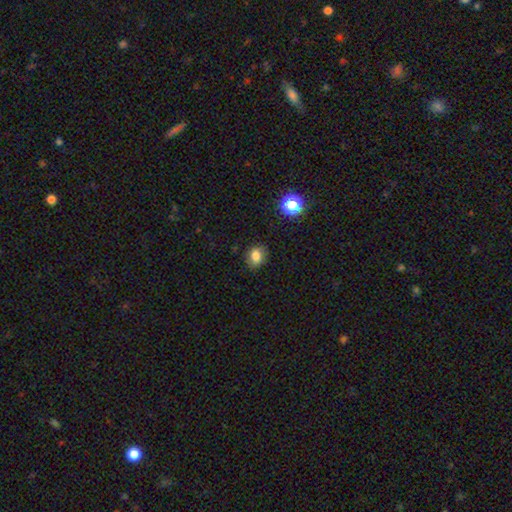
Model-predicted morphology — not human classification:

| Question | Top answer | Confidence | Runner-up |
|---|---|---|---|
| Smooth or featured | smooth | 80% | star or artifact (12%) |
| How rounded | in between | 51% | round (48%) |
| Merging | none | 82% | minor disturbance (13%) |